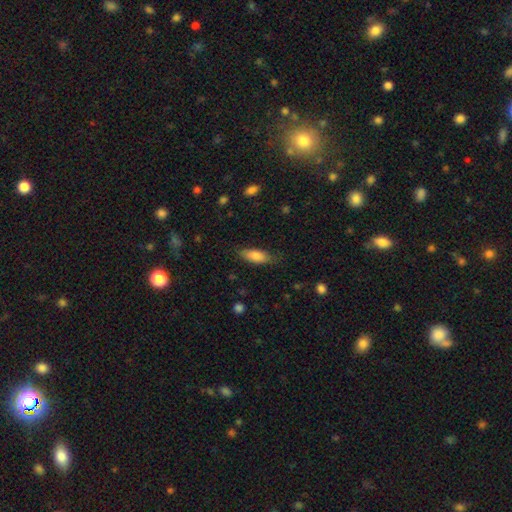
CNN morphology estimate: Smooth or featured?
  - smooth: 80% *
  - featured or disk: 13%
  - star or artifact: 6%
How rounded?
  - in between: 69% *
  - cigar-shaped: 29%
  - round: 2%
Merging?
  - none: 76% *
  - minor disturbance: 18%
  - major disturbance: 4%
  - merger: 1%